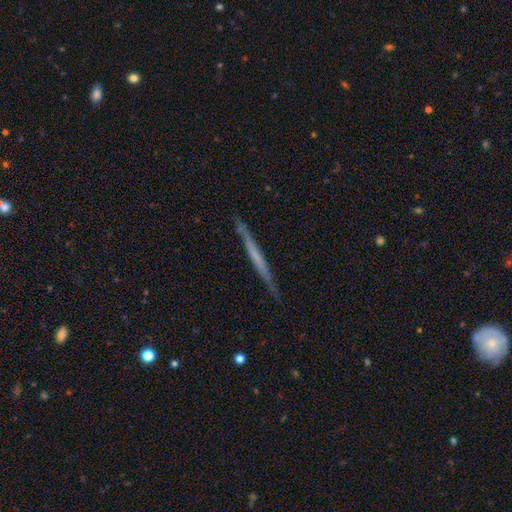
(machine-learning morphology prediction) Smooth or featured?
  - featured or disk: 57% *
  - smooth: 37%
  - star or artifact: 6%
Edge-on disk?
  - yes: 97% *
  - no: 3%
Edge-on bulge?
  - none: 86% *
  - rounded: 8%
  - boxy: 6%
Merging?
  - none: 89% *
  - minor disturbance: 8%
  - major disturbance: 2%
  - merger: 1%